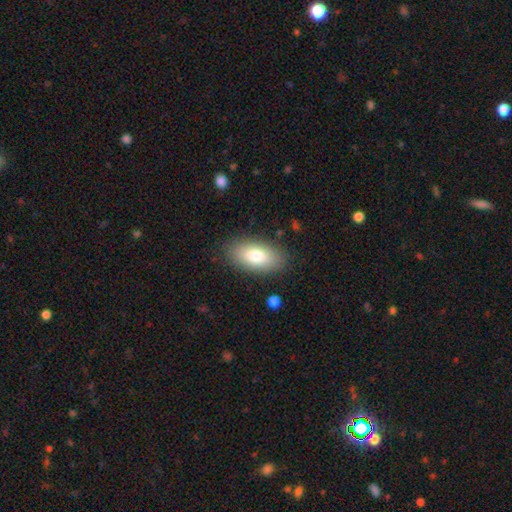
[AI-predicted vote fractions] Morphology: type=smooth (81%); roundness=in between (92%); merging=none (86%).